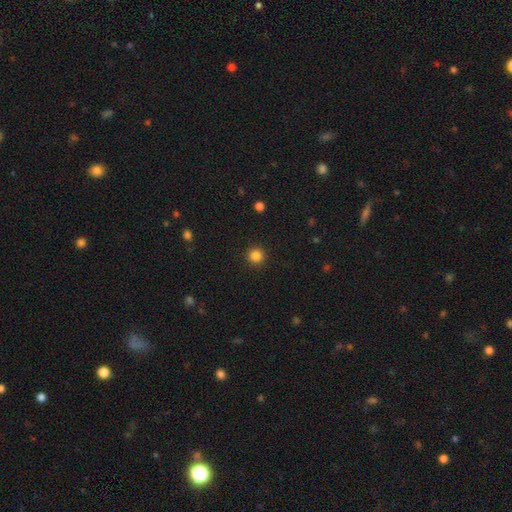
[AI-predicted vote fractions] Smooth or featured? smooth (84%)
How rounded? round (95%)
Merging? none (92%)